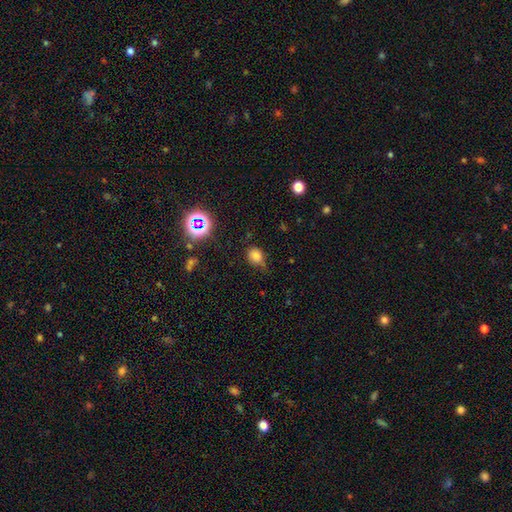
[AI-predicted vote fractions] This appears to be a smooth galaxy with no disk features (76%) that is round (63%). Merging: none (56%).